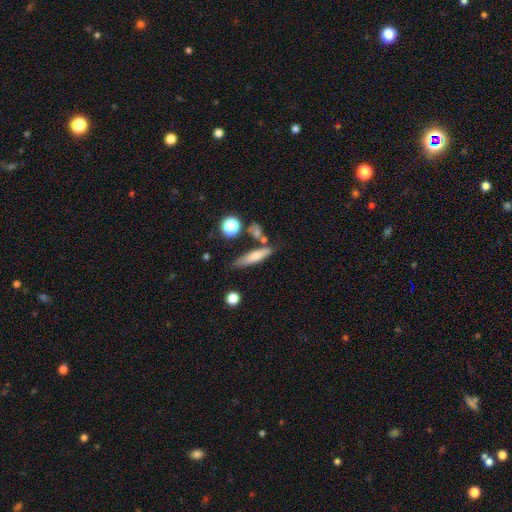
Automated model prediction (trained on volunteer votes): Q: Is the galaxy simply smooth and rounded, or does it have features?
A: smooth — 67%.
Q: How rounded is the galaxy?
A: cigar-shaped — 75%.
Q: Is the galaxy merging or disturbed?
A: none — 70%.